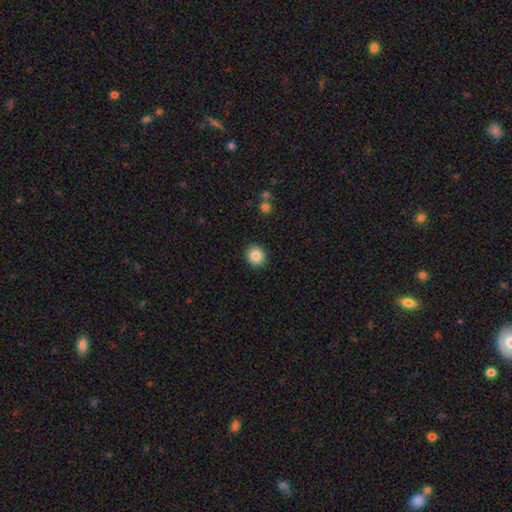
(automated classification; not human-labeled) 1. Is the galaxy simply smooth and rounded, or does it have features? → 86% smooth, 9% star or artifact, 5% featured or disk.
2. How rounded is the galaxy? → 85% round, 14% in between, 1% cigar-shaped.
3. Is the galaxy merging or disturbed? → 91% none, 6% minor disturbance, 2% major disturbance, 1% merger.